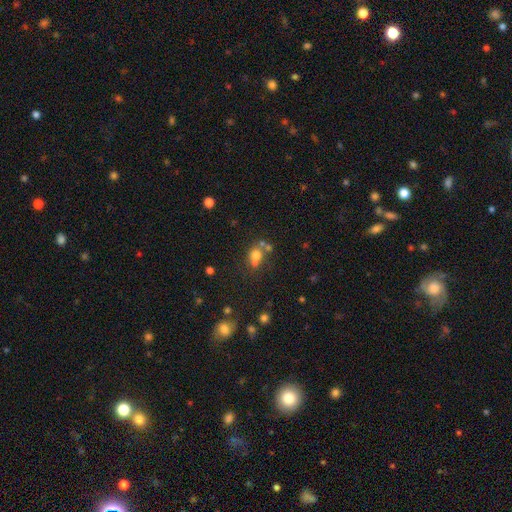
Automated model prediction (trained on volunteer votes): This is likely a smooth galaxy (69%). How rounded: likely round (65%). Merging: marginally none (45%).